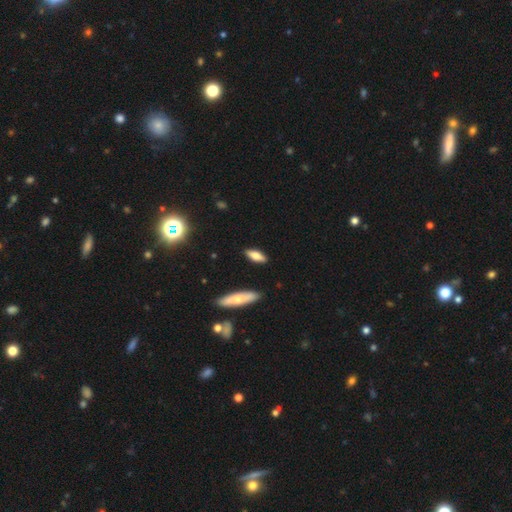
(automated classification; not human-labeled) Smooth or featured? smooth (67%)
How rounded? in between (60%)
Merging? none (87%)